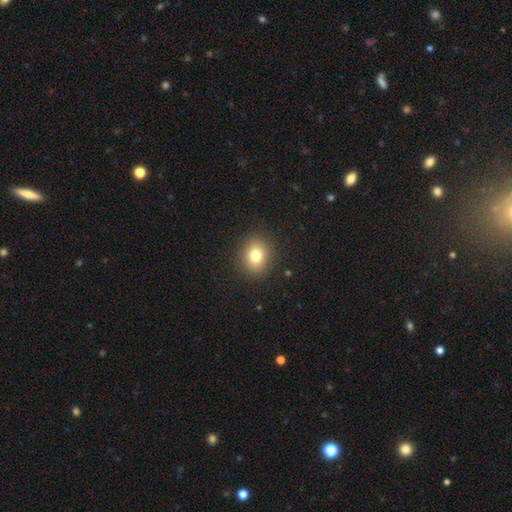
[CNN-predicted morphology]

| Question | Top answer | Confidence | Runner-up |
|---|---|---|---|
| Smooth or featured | smooth | 80% | star or artifact (11%) |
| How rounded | round | 61% | in between (38%) |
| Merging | none | 89% | minor disturbance (7%) |